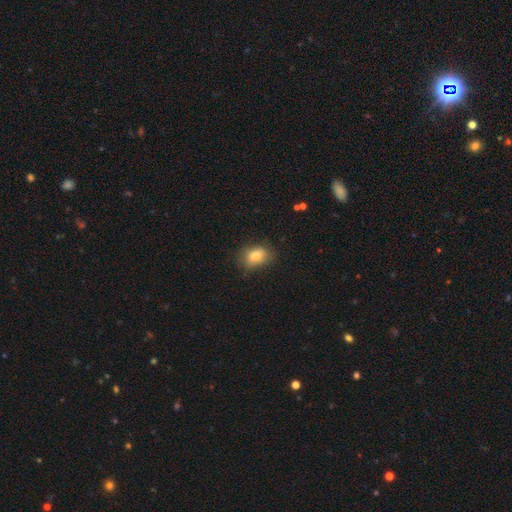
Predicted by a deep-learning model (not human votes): Smooth or featured?
  - smooth: 84% *
  - star or artifact: 8%
  - featured or disk: 8%
How rounded?
  - in between: 78% *
  - round: 21%
  - cigar-shaped: 1%
Merging?
  - none: 72% *
  - minor disturbance: 21%
  - major disturbance: 6%
  - merger: 1%